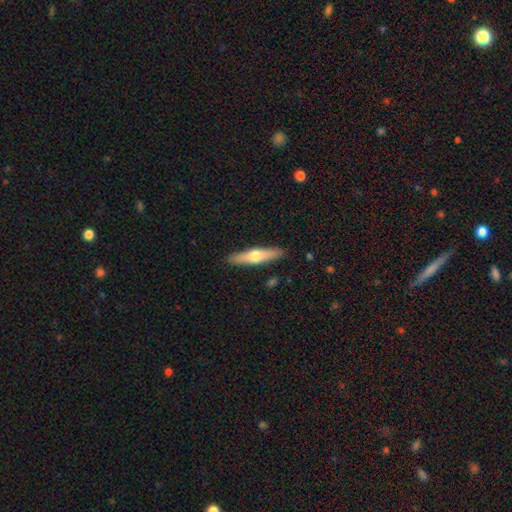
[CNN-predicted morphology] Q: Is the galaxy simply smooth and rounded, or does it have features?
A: featured or disk — 49%.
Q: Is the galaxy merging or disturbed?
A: none — 90%.